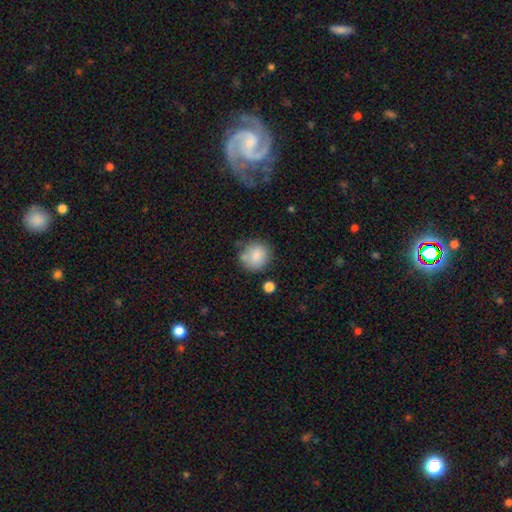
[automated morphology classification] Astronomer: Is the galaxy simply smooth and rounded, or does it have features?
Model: smooth — 84%.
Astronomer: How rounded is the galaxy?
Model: round — 86%.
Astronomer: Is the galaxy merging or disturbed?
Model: none — 65%.